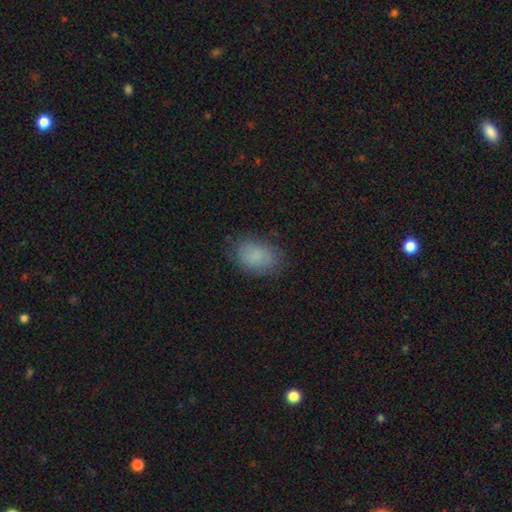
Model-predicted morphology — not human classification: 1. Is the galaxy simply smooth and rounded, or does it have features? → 84% smooth, 9% star or artifact, 7% featured or disk.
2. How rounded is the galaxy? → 82% in between, 17% round, 1% cigar-shaped.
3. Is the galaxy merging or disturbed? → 78% none, 16% minor disturbance, 5% major disturbance, 1% merger.